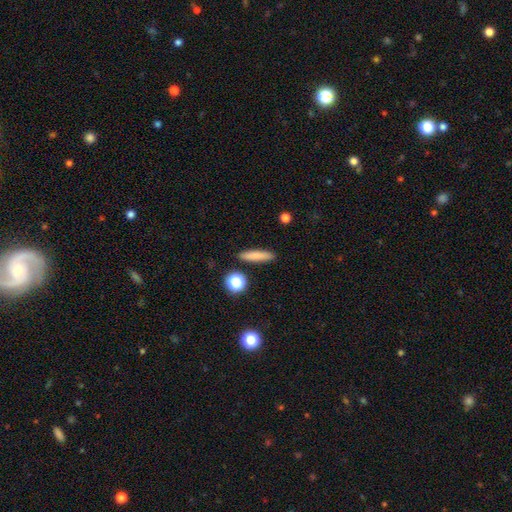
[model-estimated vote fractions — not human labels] Smooth or featured? smooth (82%)
How rounded? cigar-shaped (81%)
Merging? none (89%)